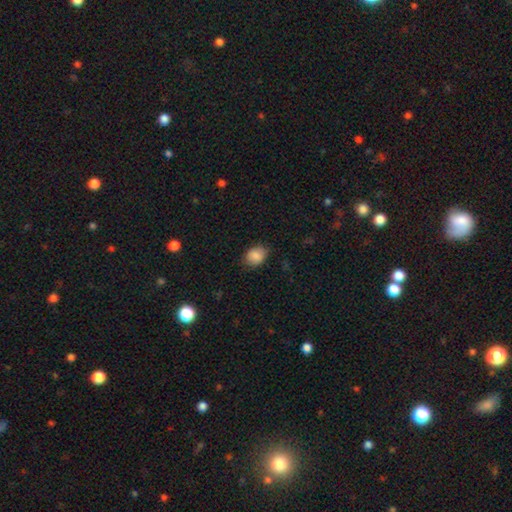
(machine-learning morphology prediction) The model was most divided on "how rounded": in between: 60%, round: 39%, cigar-shaped: 1%. More confident: smooth or featured — smooth (87%); merging — none (76%).